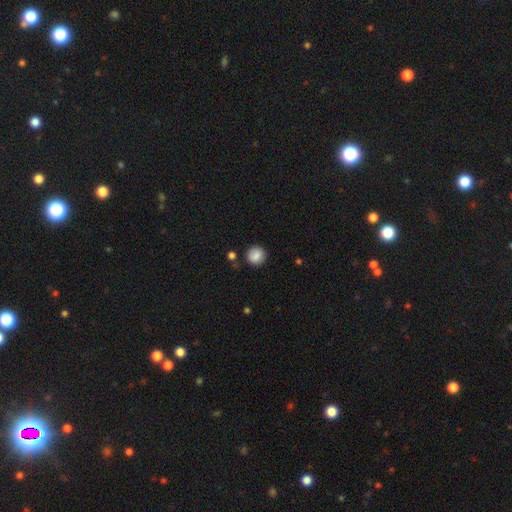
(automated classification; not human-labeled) smooth_or_featured: smooth (p=0.86) [alt: star or artifact p=0.08]
how_rounded: round (p=0.88) [alt: in between p=0.11]
merging: none (p=0.83) [alt: minor disturbance p=0.11]